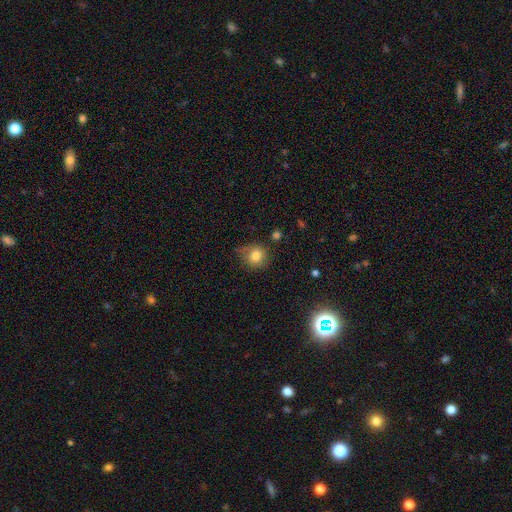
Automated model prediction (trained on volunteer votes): Morphology: type=smooth (79%); roundness=round (80%); merging=none (64%).